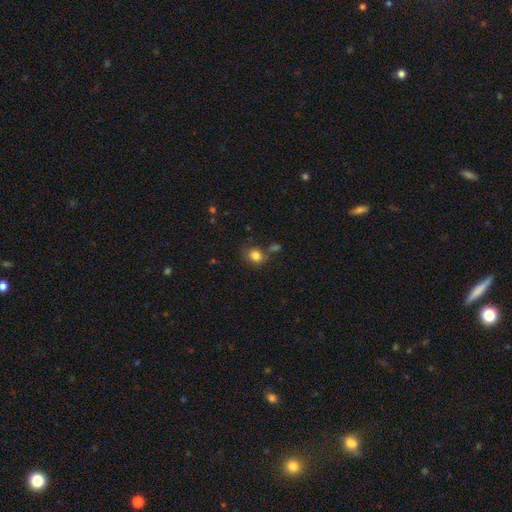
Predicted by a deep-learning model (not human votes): smooth-or-featured: smooth: 83% | star or artifact: 11% | featured or disk: 7%
  how-rounded: round: 65% | in between: 34% | cigar-shaped: 1%
  merging: none: 64% | minor disturbance: 18% | merger: 12% | major disturbance: 7%